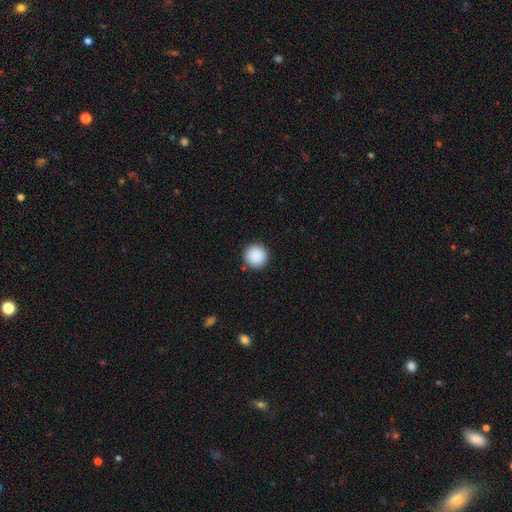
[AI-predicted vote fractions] Smooth or featured? Predicted: smooth (p=0.90). How rounded? Predicted: round (p=0.96). Merging? Predicted: none (p=0.91).